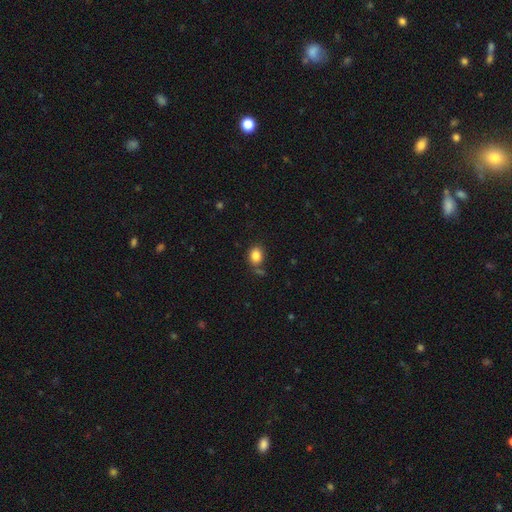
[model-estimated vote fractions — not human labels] The model was most divided on "how rounded": in between: 55%, round: 44%, cigar-shaped: 1%. More confident: smooth or featured — smooth (84%); merging — none (70%).